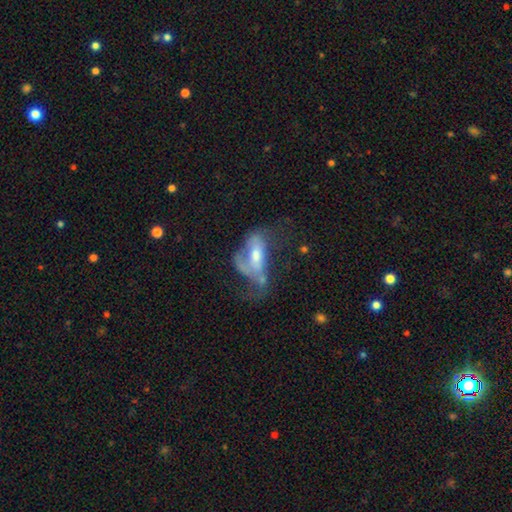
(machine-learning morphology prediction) Smooth or featured? featured or disk (55%)
Edge-on disk? no (89%)
Merging? major disturbance (51%)